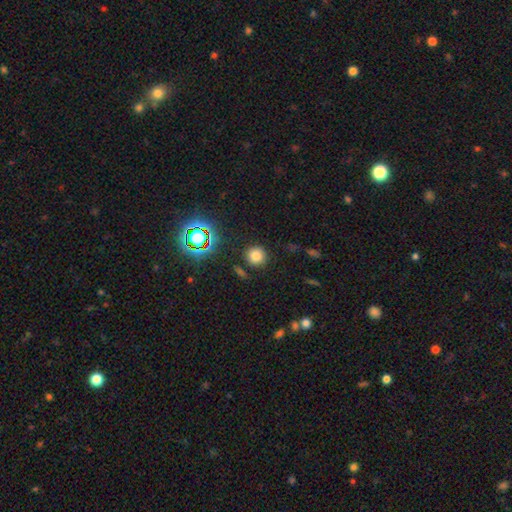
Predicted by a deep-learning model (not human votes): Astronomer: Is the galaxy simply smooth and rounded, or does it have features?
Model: smooth — 75%.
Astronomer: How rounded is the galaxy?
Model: round — 92%.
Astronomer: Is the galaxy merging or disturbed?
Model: none — 86%.